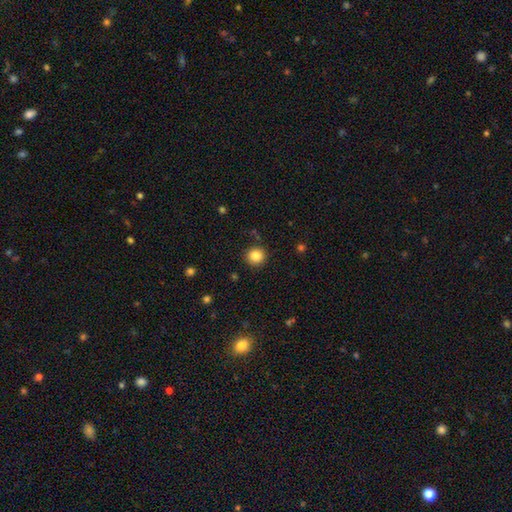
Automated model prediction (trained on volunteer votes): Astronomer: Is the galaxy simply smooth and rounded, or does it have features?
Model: smooth — 85%.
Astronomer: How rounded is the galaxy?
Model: round — 92%.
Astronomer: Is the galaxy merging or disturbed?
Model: none — 88%.